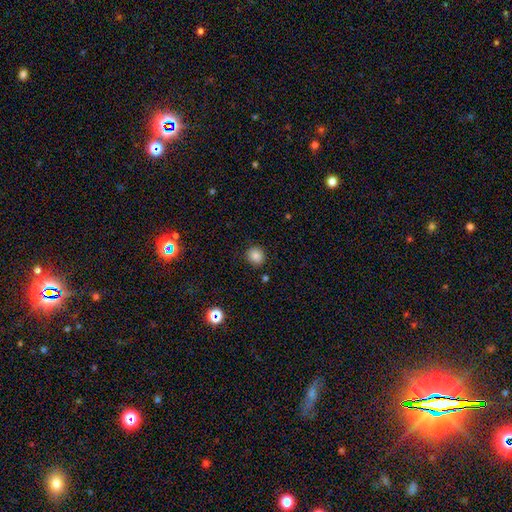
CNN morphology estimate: Smooth or featured? smooth (83%)
How rounded? round (90%)
Merging? none (89%)